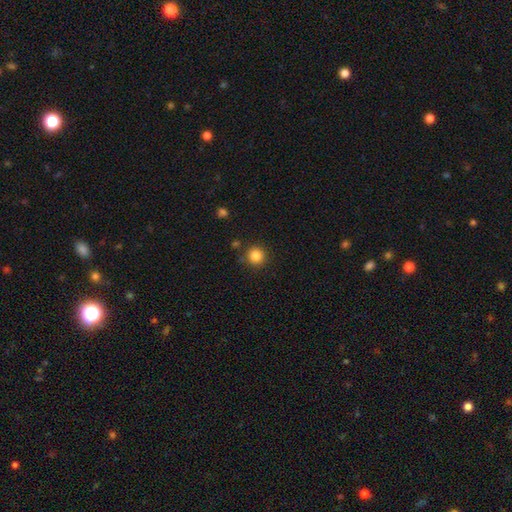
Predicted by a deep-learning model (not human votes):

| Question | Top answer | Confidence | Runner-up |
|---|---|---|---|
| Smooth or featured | smooth | 85% | star or artifact (11%) |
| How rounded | round | 94% | in between (5%) |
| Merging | none | 87% | minor disturbance (7%) |